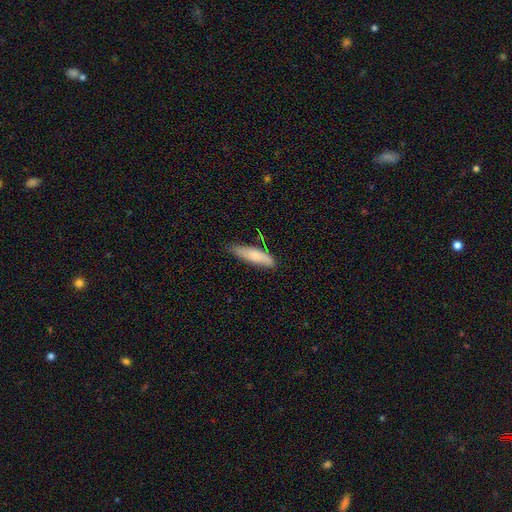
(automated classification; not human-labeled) A smooth galaxy with no disk features (76%) that is cigar-shaped (64%). Merging: none (68%).